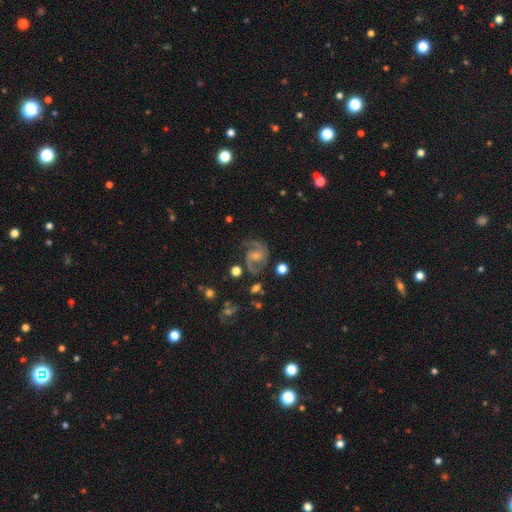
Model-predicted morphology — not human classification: Smooth or featured? featured or disk (86%)
Edge-on disk? no (98%)
Bar? weak (48%)
Spiral arms? yes (97%)
Spiral winding? medium (59%)
Spiral arm count? 2 (87%)
Bulge size? small (48%)
Merging? none (70%)